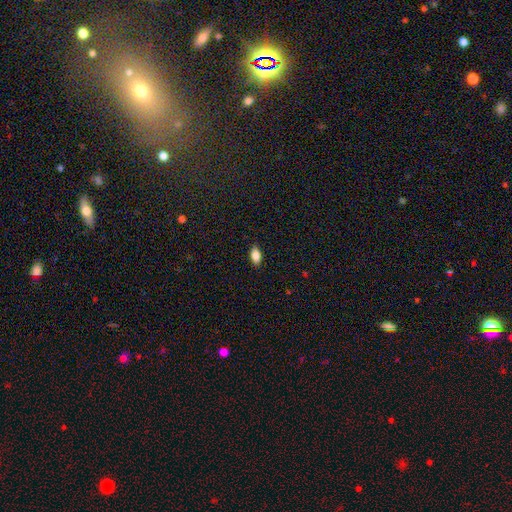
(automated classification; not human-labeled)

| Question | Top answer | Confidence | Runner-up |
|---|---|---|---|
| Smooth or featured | smooth | 86% | star or artifact (8%) |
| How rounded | in between | 91% | cigar-shaped (5%) |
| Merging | none | 89% | minor disturbance (9%) |